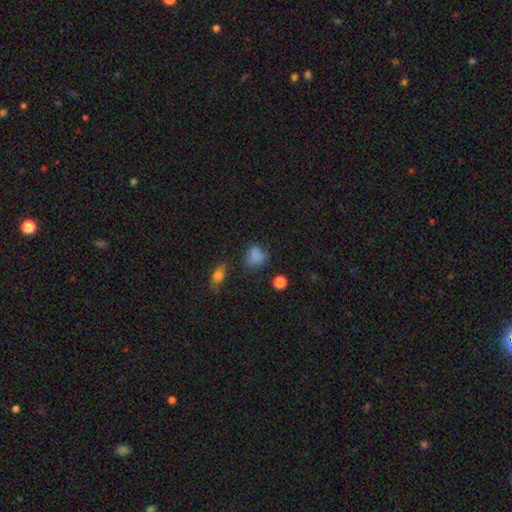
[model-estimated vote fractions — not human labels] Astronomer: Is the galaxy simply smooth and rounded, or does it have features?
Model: smooth — 79%.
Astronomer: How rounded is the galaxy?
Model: round — 53% (runner-up: in between, 45%).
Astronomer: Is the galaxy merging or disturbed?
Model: none — 59%.